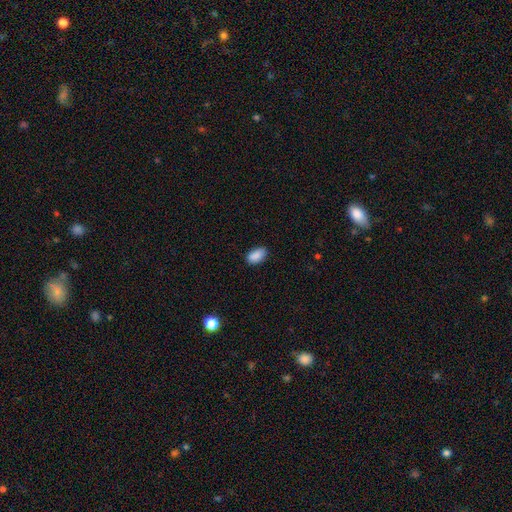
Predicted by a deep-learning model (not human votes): smooth-or-featured: smooth: 88% | star or artifact: 8% | featured or disk: 5%
  how-rounded: in between: 93% | round: 5% | cigar-shaped: 2%
  merging: none: 82% | minor disturbance: 14% | major disturbance: 3% | merger: 1%